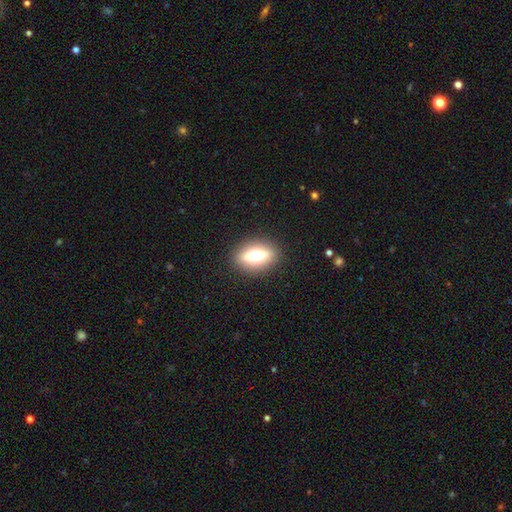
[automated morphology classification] Smooth or featured? smooth (55%)
How rounded? in between (69%)
Merging? none (88%)